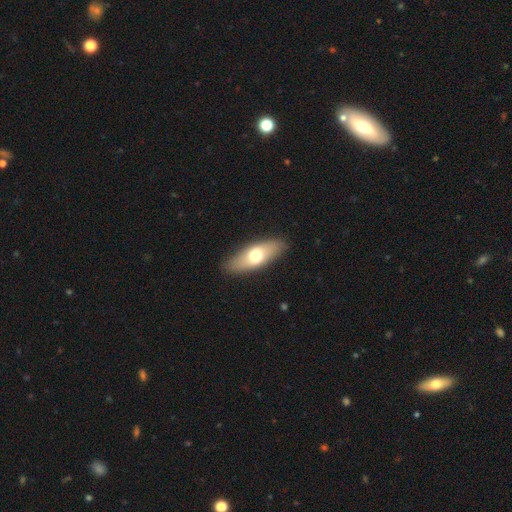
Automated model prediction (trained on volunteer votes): Smooth or featured?
  - smooth: 63% *
  - featured or disk: 32%
  - star or artifact: 6%
How rounded?
  - in between: 70% *
  - cigar-shaped: 27%
  - round: 3%
Merging?
  - none: 87% *
  - minor disturbance: 9%
  - major disturbance: 2%
  - merger: 1%